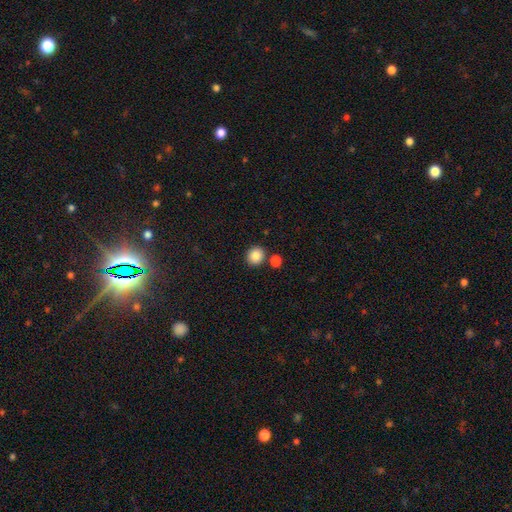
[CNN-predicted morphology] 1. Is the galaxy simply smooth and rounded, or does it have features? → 87% smooth, 9% star or artifact, 4% featured or disk.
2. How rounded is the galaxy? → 82% round, 17% in between, 1% cigar-shaped.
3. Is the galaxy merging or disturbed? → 81% none, 9% merger, 7% minor disturbance, 2% major disturbance.